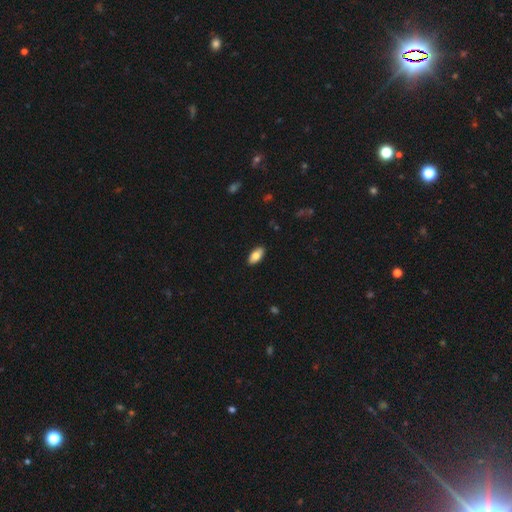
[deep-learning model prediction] The model was most divided on "smooth or featured": smooth: 79%, featured or disk: 15%, star or artifact: 6%. More confident: how rounded — in between (91%); merging — none (90%).